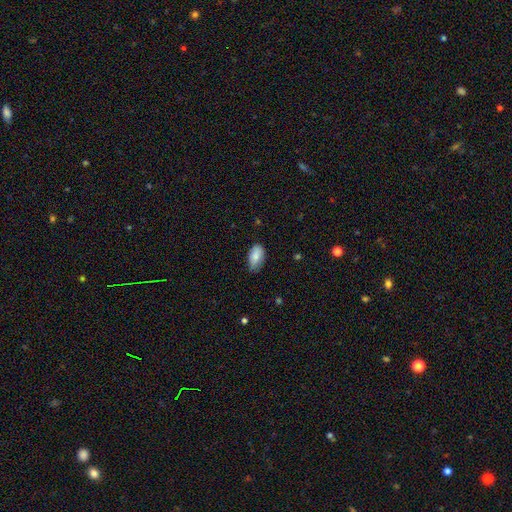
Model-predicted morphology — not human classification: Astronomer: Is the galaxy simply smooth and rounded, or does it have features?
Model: smooth — 84%.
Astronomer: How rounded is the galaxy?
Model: in between — 93%.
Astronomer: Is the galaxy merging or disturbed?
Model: none — 71%.